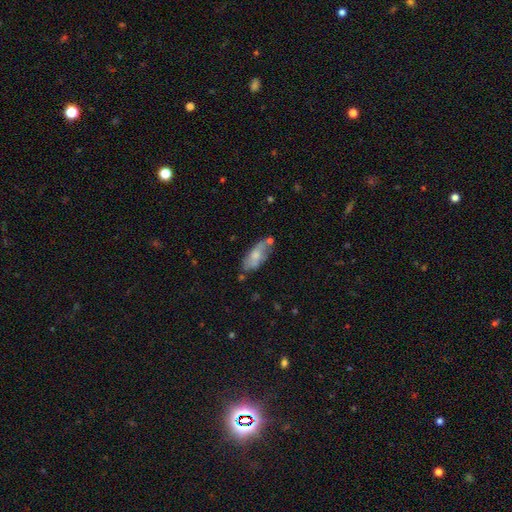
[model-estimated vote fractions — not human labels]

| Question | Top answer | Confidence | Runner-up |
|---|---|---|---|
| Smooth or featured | smooth | 60% | featured or disk (34%) |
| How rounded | in between | 79% | cigar-shaped (18%) |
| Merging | none | 57% | minor disturbance (25%) |